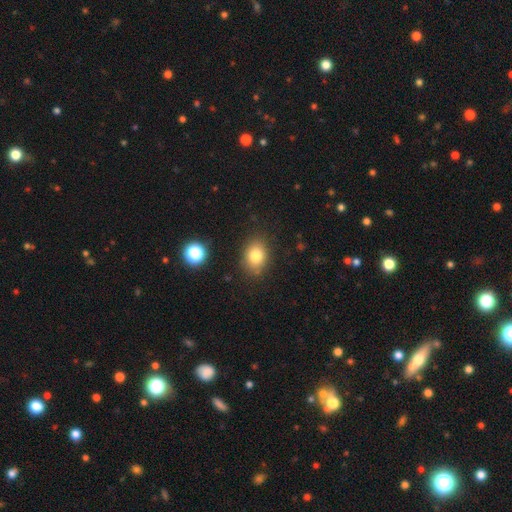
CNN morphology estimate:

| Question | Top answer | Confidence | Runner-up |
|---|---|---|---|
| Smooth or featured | smooth | 80% | star or artifact (11%) |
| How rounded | in between | 63% | round (36%) |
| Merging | none | 84% | minor disturbance (11%) |